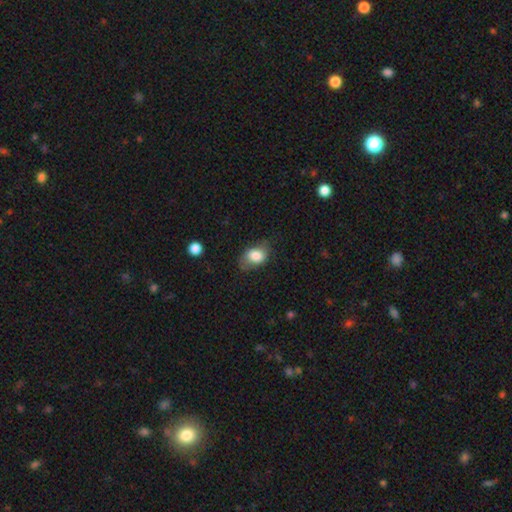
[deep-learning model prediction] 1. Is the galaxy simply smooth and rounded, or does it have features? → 80% smooth, 12% featured or disk, 8% star or artifact.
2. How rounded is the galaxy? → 78% in between, 21% round, 1% cigar-shaped.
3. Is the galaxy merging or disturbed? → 60% none, 28% minor disturbance, 10% major disturbance, 2% merger.